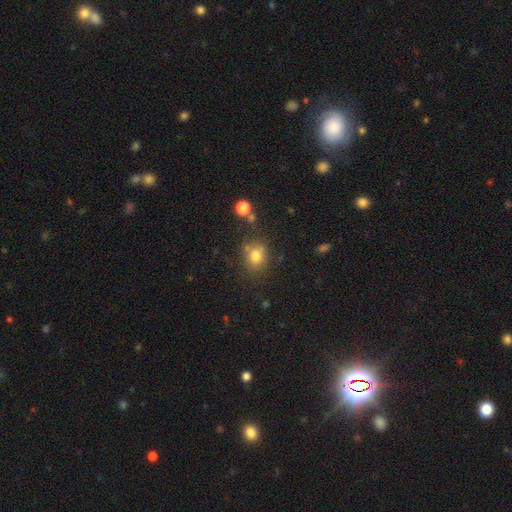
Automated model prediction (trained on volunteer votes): smooth 79%, star or artifact 13%, featured or disk 9%. Down the decision tree: how rounded — round (64%); merging — none (70%).